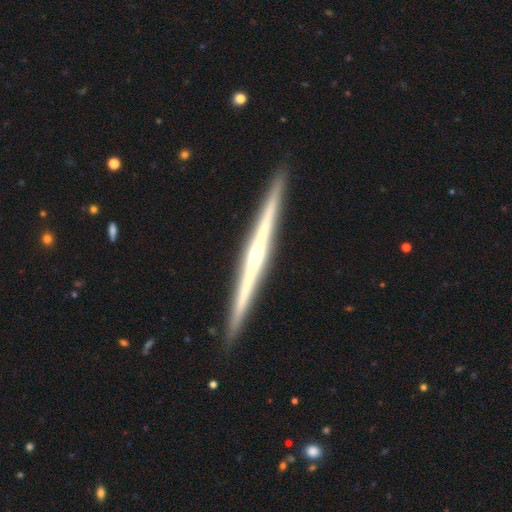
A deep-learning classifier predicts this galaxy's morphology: This appears to be a featured or disk galaxy (80%) viewed edge-on (99%) with a rounded central bulge (45%, tied with none). Merging: none (92%).